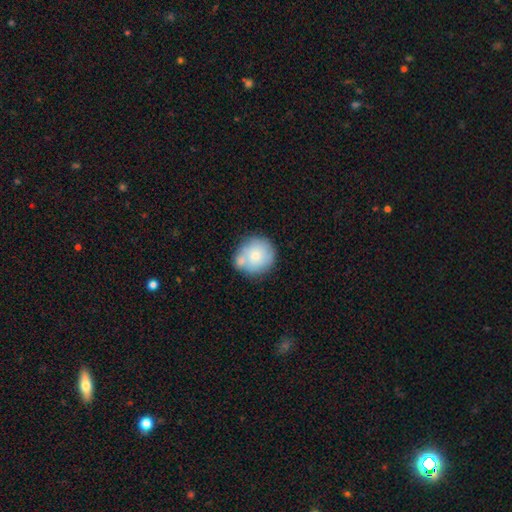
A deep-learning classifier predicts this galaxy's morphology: smooth-or-featured: smooth: 72% | featured or disk: 22% | star or artifact: 7%
  how-rounded: round: 89% | in between: 10% | cigar-shaped: 1%
  merging: none: 56% | merger: 21% | minor disturbance: 18% | major disturbance: 5%